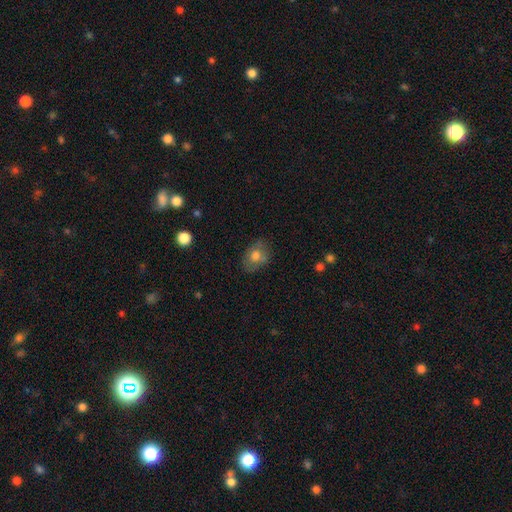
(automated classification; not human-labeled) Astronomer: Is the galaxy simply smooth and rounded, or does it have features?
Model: smooth — 71%.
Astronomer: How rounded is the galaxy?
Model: in between — 65%.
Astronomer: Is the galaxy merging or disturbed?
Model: none — 68%.